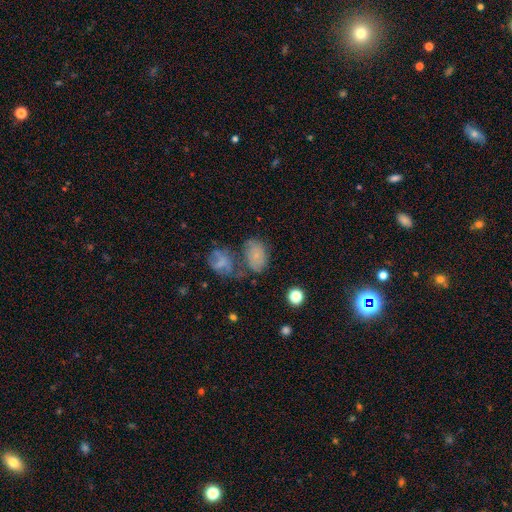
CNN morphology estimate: Overall: smooth (66%). How rounded: in between (77%). Merging: none (39%; merger 30%).